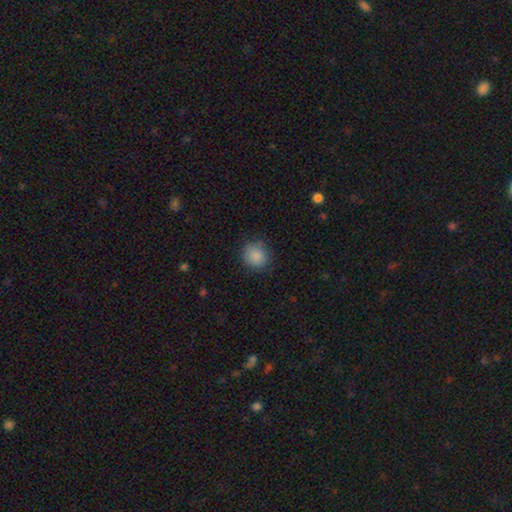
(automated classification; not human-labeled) The model was most divided on "how rounded": round: 81%, in between: 18%, cigar-shaped: 1%. More confident: smooth or featured — smooth (87%); merging — none (80%).